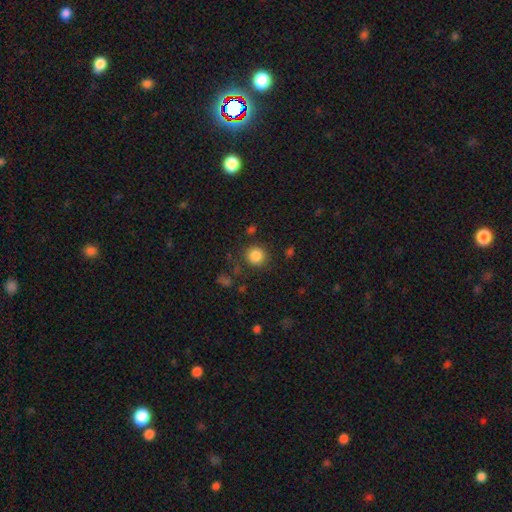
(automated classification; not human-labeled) A smooth galaxy with no disk features (85%) that is round (91%).

Vote fractions:
- Smooth or featured? smooth: 85% / star or artifact: 10% / featured or disk: 4%
- How rounded? round: 91% / in between: 8% / cigar-shaped: 1%
- Merging? none: 83% / minor disturbance: 10% / major disturbance: 4% / merger: 3%